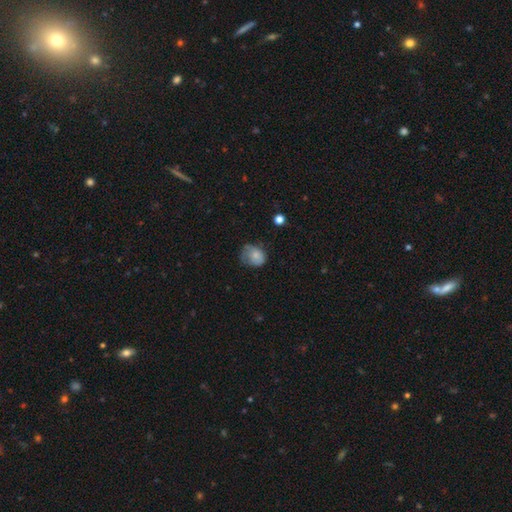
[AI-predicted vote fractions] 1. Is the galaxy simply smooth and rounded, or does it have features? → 68% smooth, 23% featured or disk, 9% star or artifact.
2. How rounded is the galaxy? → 54% round, 45% in between, 1% cigar-shaped.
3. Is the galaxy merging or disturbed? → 38% none, 37% minor disturbance, 23% major disturbance, 2% merger.